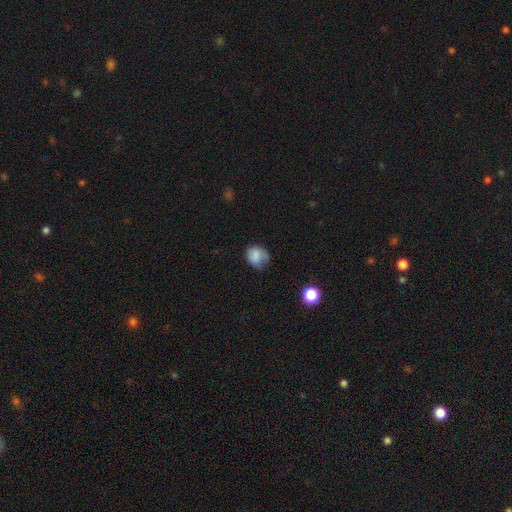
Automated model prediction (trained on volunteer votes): Smooth or featured?
  - smooth: 76% *
  - featured or disk: 15%
  - star or artifact: 9%
How rounded?
  - round: 59% *
  - in between: 40%
  - cigar-shaped: 1%
Merging?
  - none: 47% *
  - minor disturbance: 35%
  - major disturbance: 15%
  - merger: 2%